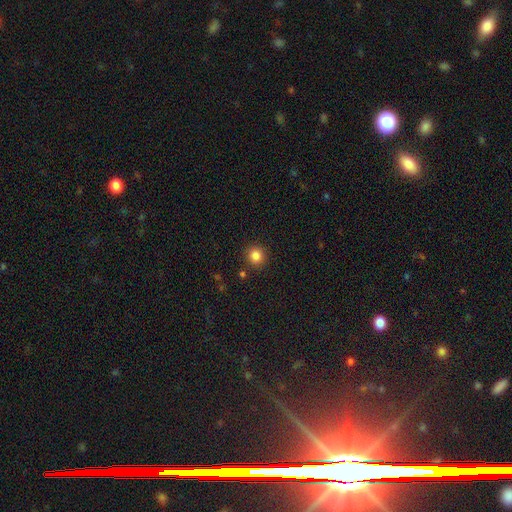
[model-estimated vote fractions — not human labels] This appears to be a smooth galaxy with no disk features (84%) that is round (91%). Merging: none (89%).